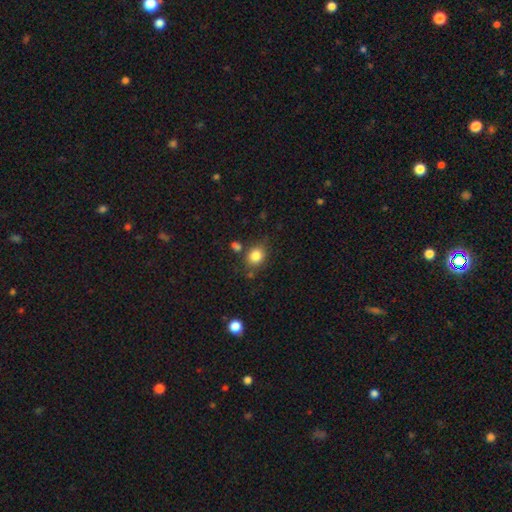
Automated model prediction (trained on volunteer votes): Q: Smooth or featured?
A: smooth (83%); runner-up: star or artifact (11%)
Q: How rounded?
A: round (62%); runner-up: in between (37%)
Q: Merging?
A: none (73%); runner-up: minor disturbance (15%)